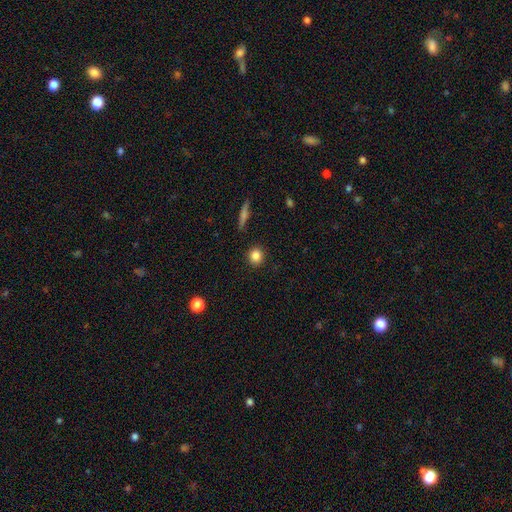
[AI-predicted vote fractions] Overall: smooth (85%). How rounded: round (88%). Merging: none (91%).